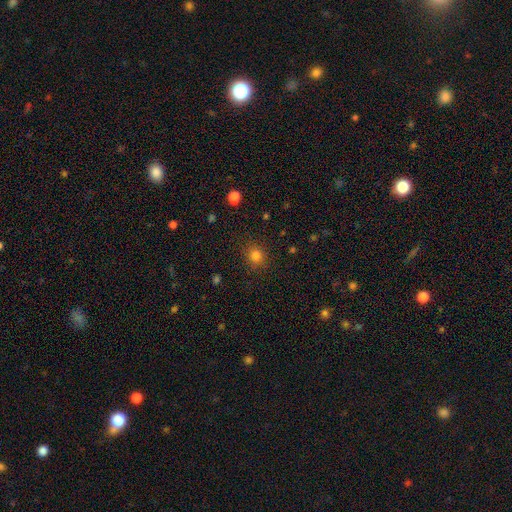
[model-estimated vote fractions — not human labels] A smooth galaxy with no disk features (82%) that is round (83%).

Vote fractions:
- Smooth or featured? smooth: 82% / star or artifact: 14% / featured or disk: 4%
- How rounded? round: 83% / in between: 16% / cigar-shaped: 1%
- Merging? none: 87% / minor disturbance: 8% / major disturbance: 3% / merger: 1%